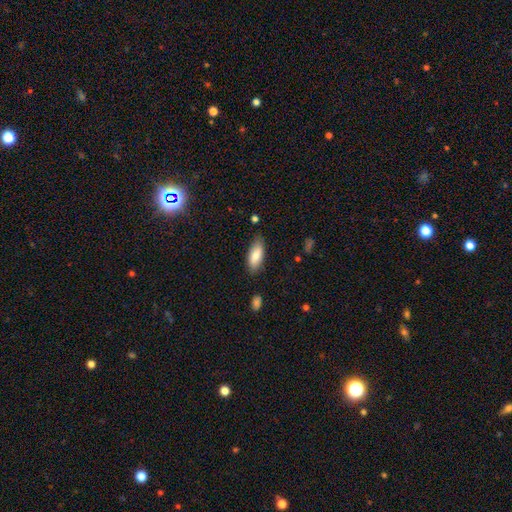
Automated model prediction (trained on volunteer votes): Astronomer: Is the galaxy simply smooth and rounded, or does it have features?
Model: smooth — 84%.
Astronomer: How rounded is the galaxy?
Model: in between — 81%.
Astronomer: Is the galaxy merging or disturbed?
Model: none — 79%.